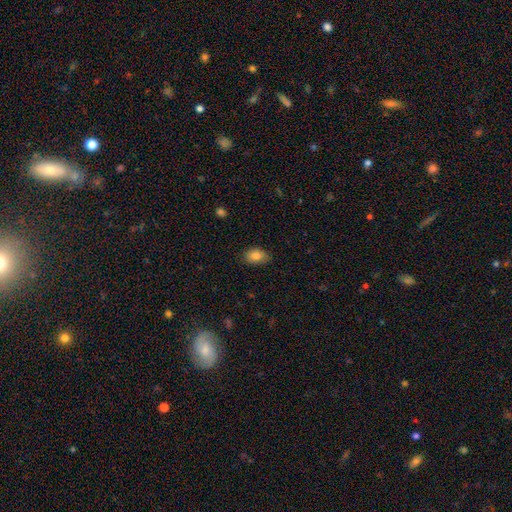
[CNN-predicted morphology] Q: Smooth or featured?
A: smooth (82%); runner-up: featured or disk (9%)
Q: How rounded?
A: in between (83%); runner-up: round (16%)
Q: Merging?
A: none (80%); runner-up: minor disturbance (16%)